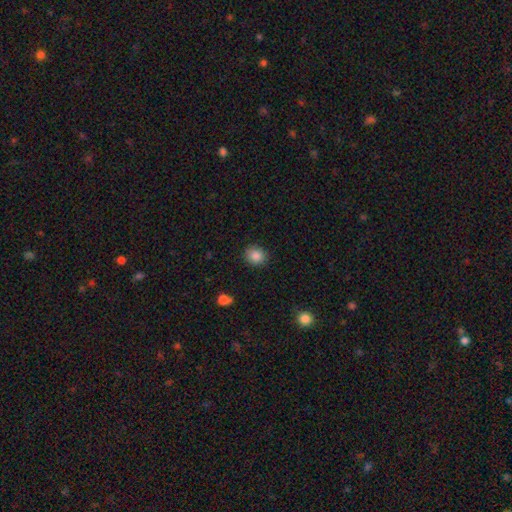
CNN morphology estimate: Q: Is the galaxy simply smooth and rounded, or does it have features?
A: smooth — 87%.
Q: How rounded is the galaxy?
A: round — 76%.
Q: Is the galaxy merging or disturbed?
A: none — 88%.